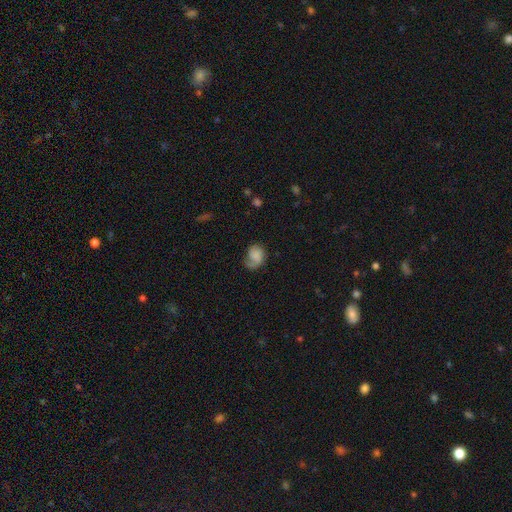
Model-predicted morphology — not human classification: This is possibly a smooth galaxy (49%). Merging: marginally none (43%).